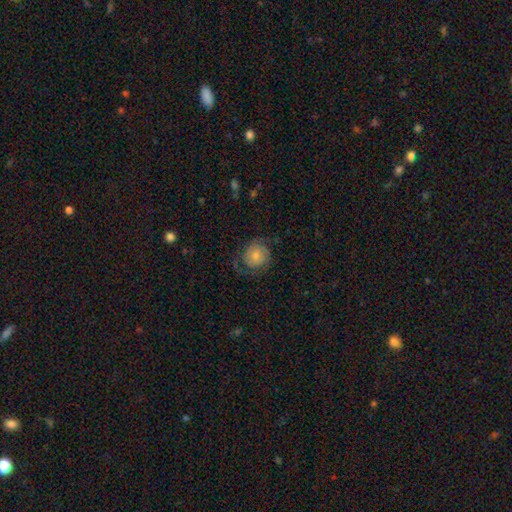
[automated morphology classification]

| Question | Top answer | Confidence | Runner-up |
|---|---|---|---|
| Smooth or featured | smooth | 47% | featured or disk (45%) |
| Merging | none | 62% | minor disturbance (20%) |